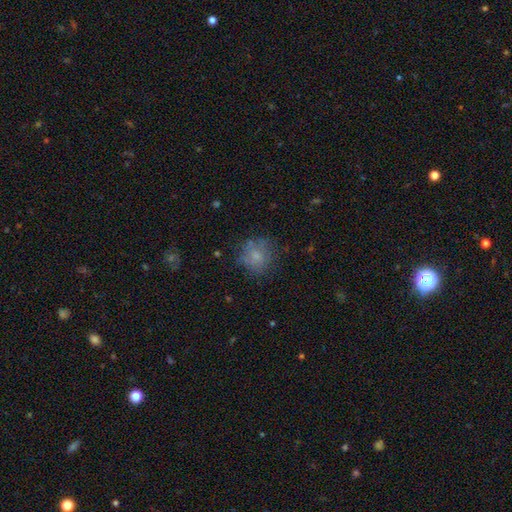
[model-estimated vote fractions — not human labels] Smooth or featured: smooth — 65% (featured or disk — 23%)
How rounded: round — 80% (in between — 19%)
Merging: none — 65% (minor disturbance — 21%)